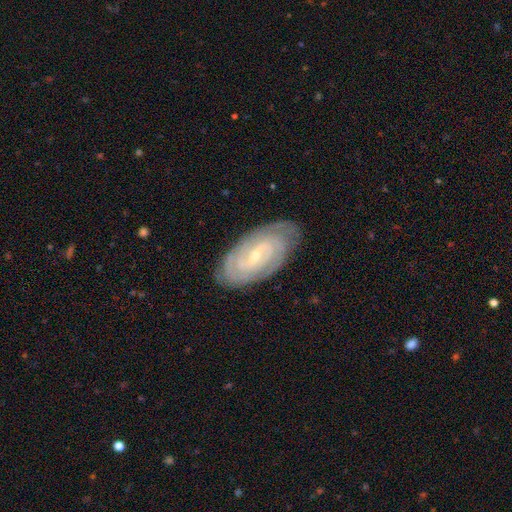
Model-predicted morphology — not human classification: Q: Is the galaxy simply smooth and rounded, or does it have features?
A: featured or disk — 86%.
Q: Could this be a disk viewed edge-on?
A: no — 95%.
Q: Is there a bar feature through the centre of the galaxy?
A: weak — 47%.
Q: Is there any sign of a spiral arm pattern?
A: yes — 97%.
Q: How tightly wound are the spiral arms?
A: tight — 79%.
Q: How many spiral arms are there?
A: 2 — 35%.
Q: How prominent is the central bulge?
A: small — 76%.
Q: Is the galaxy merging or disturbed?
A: none — 81%.